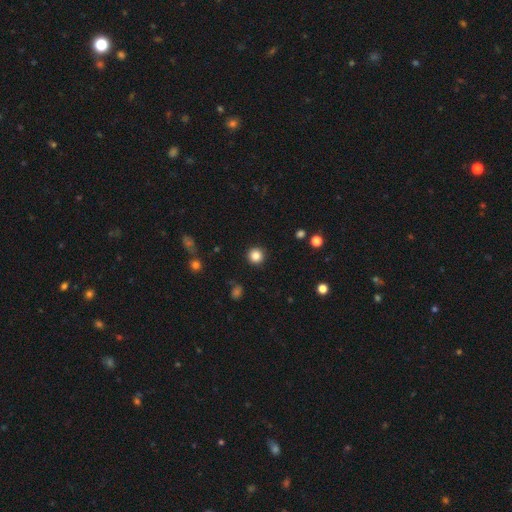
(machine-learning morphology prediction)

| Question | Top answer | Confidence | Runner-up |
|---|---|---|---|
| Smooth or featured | smooth | 85% | star or artifact (11%) |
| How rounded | round | 95% | in between (4%) |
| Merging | none | 92% | minor disturbance (5%) |